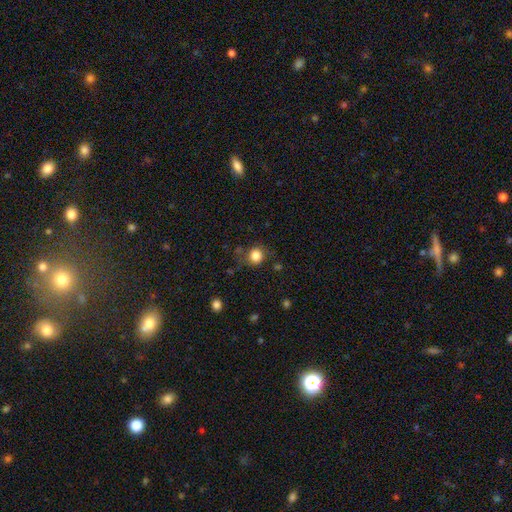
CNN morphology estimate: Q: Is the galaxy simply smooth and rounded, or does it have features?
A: smooth — 83%.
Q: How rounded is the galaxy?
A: round — 87%.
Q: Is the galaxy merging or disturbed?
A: none — 78%.